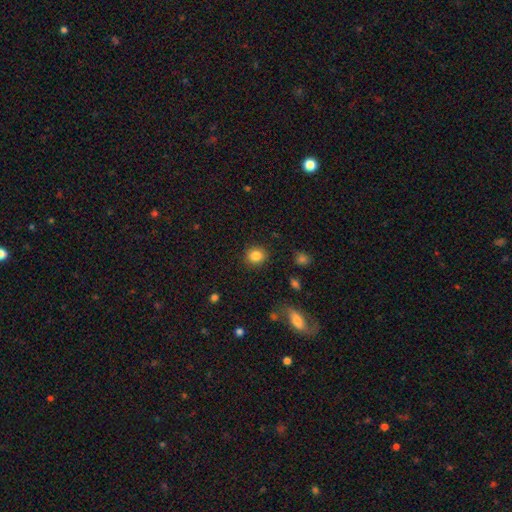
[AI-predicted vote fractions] smooth_or_featured: smooth (p=0.85) [alt: star or artifact p=0.10]
how_rounded: round (p=0.81) [alt: in between p=0.18]
merging: none (p=0.89) [alt: minor disturbance p=0.07]